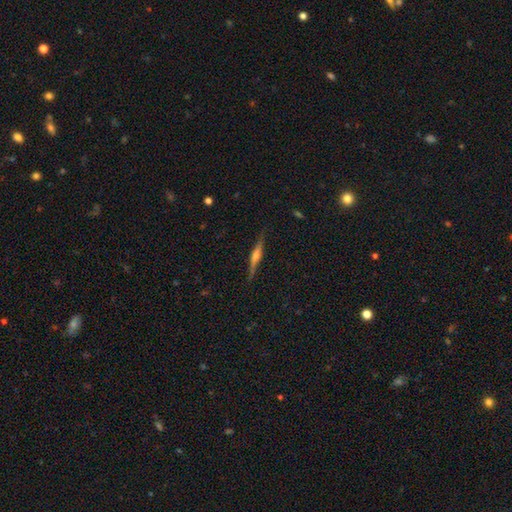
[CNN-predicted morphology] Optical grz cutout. It shows a featured or disk galaxy (72%) viewed edge-on (97%) with a rounded central bulge (73%). Merging: none (87%).